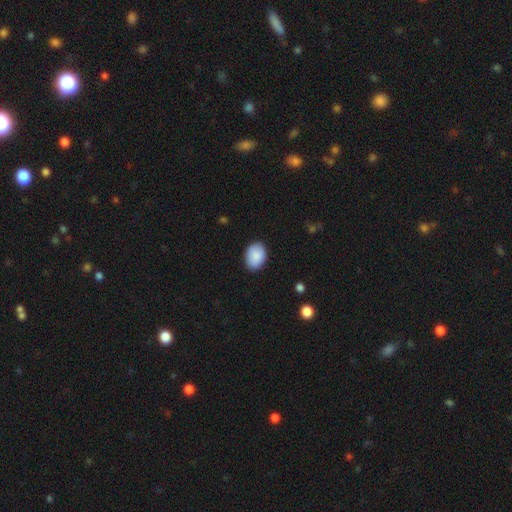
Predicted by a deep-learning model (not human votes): Smooth or featured: smooth — 90% (star or artifact — 6%)
How rounded: in between — 74% (round — 25%)
Merging: none — 87% (minor disturbance — 10%)